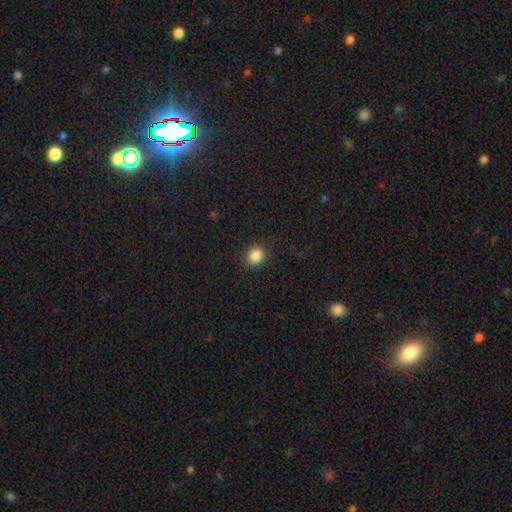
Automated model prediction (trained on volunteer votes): Smooth or featured: smooth — 87% (star or artifact — 10%)
How rounded: round — 58% (in between — 41%)
Merging: none — 88% (minor disturbance — 8%)